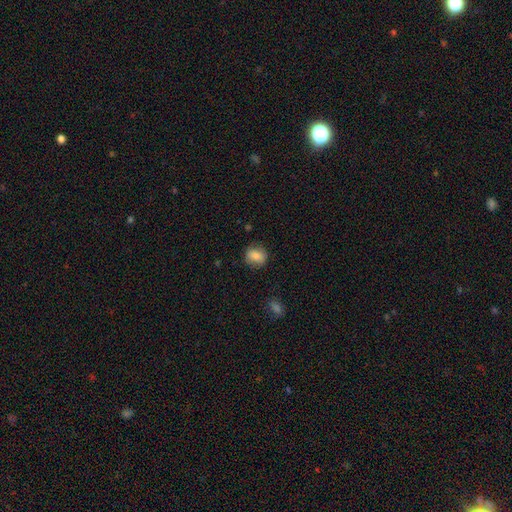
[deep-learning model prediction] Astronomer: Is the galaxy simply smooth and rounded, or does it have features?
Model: smooth — 82%.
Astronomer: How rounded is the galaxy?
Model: round — 59% (runner-up: in between, 39%).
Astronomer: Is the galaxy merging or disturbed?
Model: none — 80%.